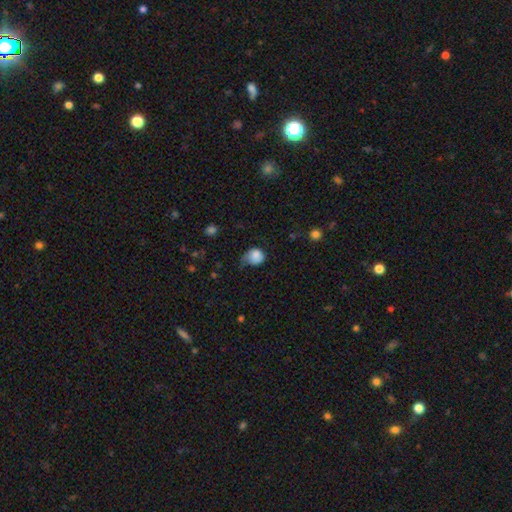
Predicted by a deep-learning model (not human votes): Smooth or featured?
  - smooth: 78% *
  - featured or disk: 14%
  - star or artifact: 8%
How rounded?
  - round: 67% *
  - in between: 32%
  - cigar-shaped: 1%
Merging?
  - minor disturbance: 41% *
  - none: 30%
  - major disturbance: 27%
  - merger: 2%